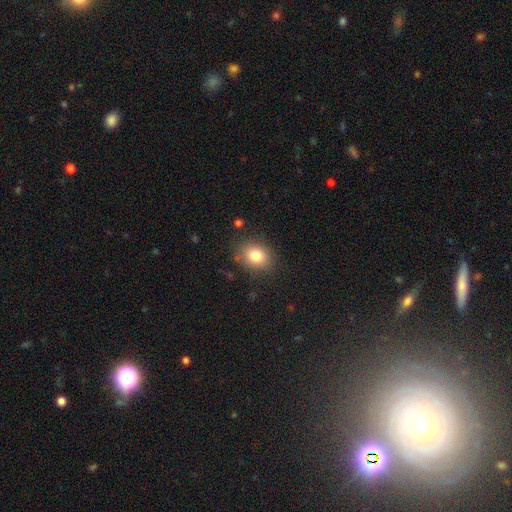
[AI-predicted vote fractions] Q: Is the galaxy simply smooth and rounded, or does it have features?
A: smooth — 81%.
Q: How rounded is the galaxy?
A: round — 51%.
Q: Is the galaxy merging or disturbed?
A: none — 83%.